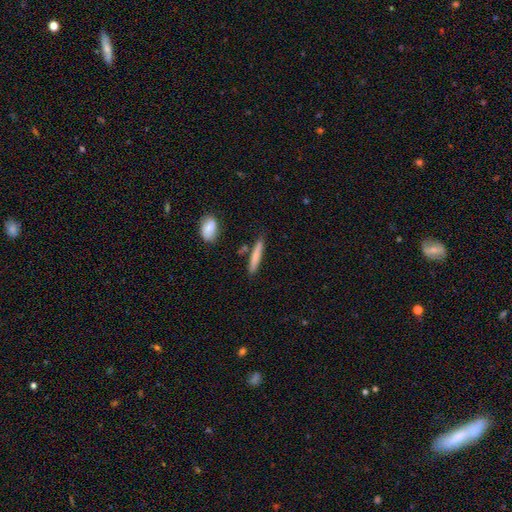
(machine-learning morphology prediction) A smooth galaxy with no disk features (73%) that is cigar-shaped (91%).

Vote fractions:
- Smooth or featured? smooth: 73% / featured or disk: 21% / star or artifact: 6%
- How rounded? cigar-shaped: 91% / in between: 7% / round: 2%
- Merging? none: 82% / minor disturbance: 11% / merger: 4% / major disturbance: 2%